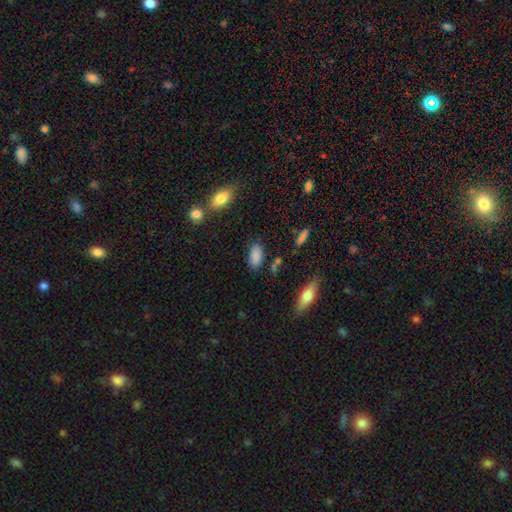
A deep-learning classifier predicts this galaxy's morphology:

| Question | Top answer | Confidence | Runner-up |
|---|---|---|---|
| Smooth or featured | smooth | 86% | star or artifact (9%) |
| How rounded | in between | 91% | cigar-shaped (6%) |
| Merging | none | 79% | minor disturbance (14%) |